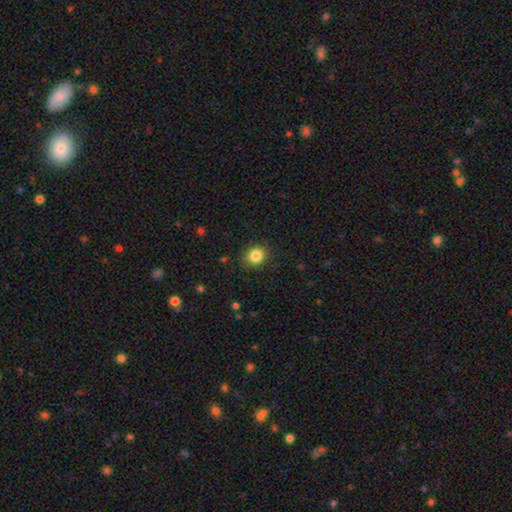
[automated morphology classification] smooth-or-featured: smooth: 85% | star or artifact: 11% | featured or disk: 5%
  how-rounded: round: 74% | in between: 25% | cigar-shaped: 1%
  merging: none: 87% | minor disturbance: 9% | major disturbance: 2% | merger: 1%